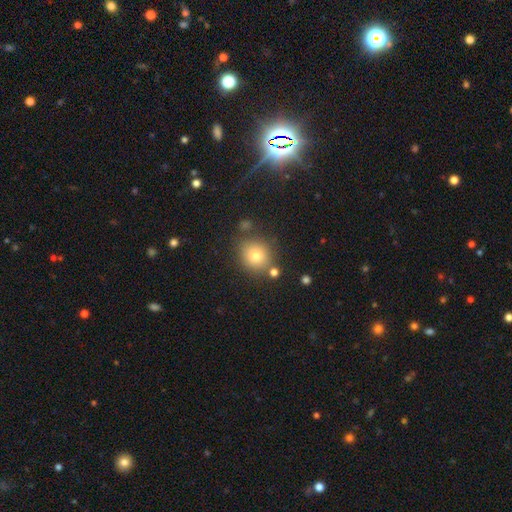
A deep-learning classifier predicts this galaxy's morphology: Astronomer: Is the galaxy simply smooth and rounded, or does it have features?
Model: smooth — 77%.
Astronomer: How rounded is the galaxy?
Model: round — 83%.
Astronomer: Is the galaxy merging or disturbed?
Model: none — 77%.